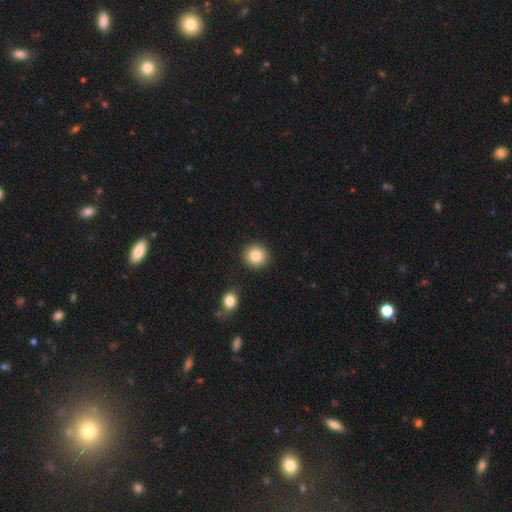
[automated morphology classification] smooth 85%, star or artifact 9%, featured or disk 6%. Down the decision tree: how rounded — round (91%); merging — none (89%).